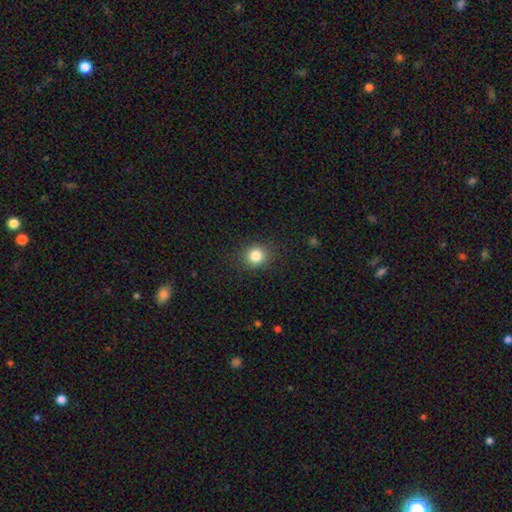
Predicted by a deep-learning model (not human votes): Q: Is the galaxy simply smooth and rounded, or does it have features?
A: smooth — 83%.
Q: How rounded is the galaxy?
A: round — 86%.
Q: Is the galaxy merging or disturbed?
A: none — 89%.